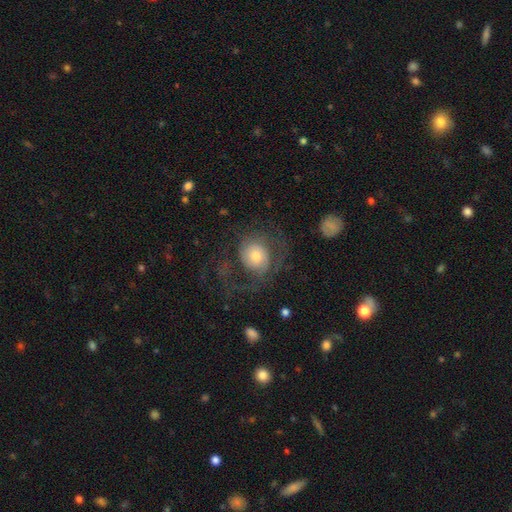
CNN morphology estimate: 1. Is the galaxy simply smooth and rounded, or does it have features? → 52% featured or disk, 39% smooth, 9% star or artifact.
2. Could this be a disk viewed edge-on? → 97% no, 3% yes.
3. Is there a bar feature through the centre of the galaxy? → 78% no, 18% weak, 4% strong.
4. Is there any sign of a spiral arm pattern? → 74% yes, 26% no.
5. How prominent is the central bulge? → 53% moderate, 29% small, 13% large, 3% dominant, 2% none.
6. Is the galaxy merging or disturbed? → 44% none, 39% major disturbance, 15% minor disturbance, 2% merger.